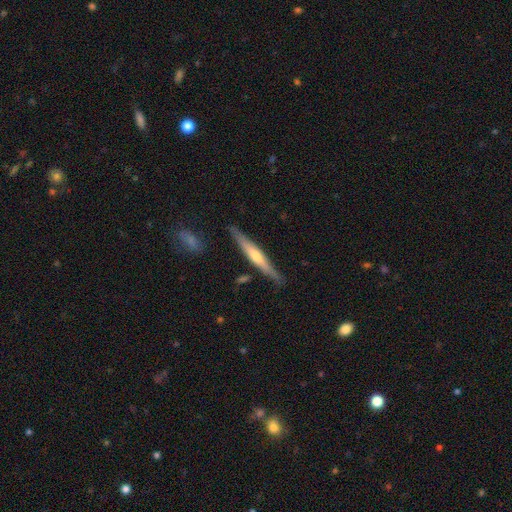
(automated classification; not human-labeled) This is likely a featured or disk galaxy (61%). It is clearly viewed edge-on (96%). Edge-on bulge: likely rounded (73%). Merging: clearly none (85%).